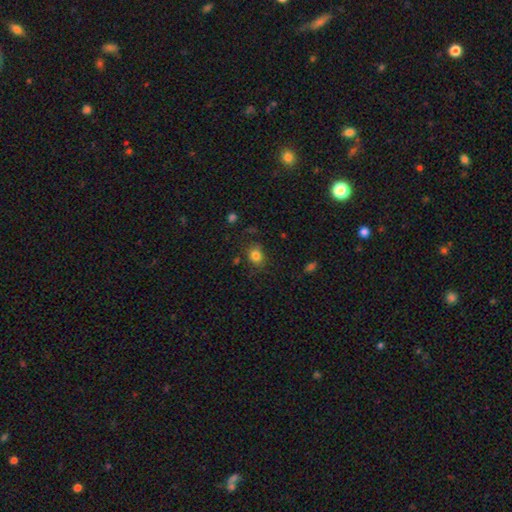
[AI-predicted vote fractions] smooth_or_featured: smooth (p=0.81) [alt: star or artifact p=0.12]
how_rounded: round (p=0.58) [alt: in between p=0.41]
merging: none (p=0.77) [alt: minor disturbance p=0.16]